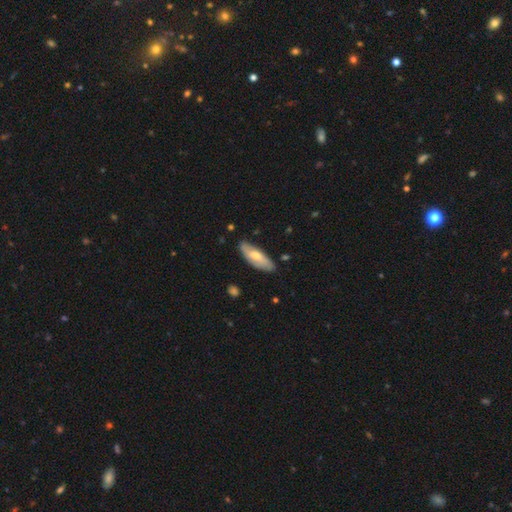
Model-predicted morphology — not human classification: Smooth or featured? smooth (52%)
How rounded? in between (68%)
Merging? none (79%)